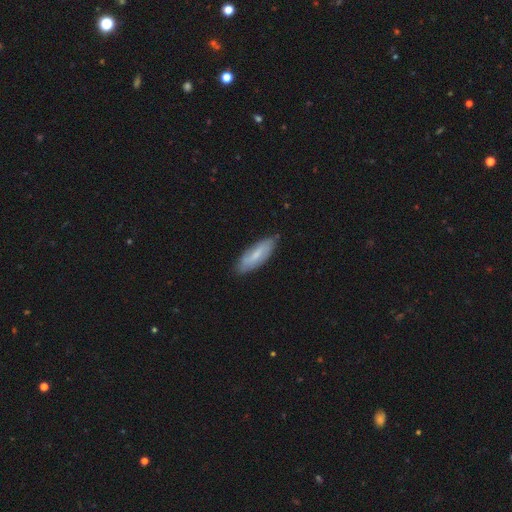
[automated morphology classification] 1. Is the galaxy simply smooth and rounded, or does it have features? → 56% smooth, 38% featured or disk, 6% star or artifact.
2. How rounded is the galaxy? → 60% in between, 38% cigar-shaped, 2% round.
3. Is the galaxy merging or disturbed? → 79% none, 16% minor disturbance, 3% major disturbance, 1% merger.